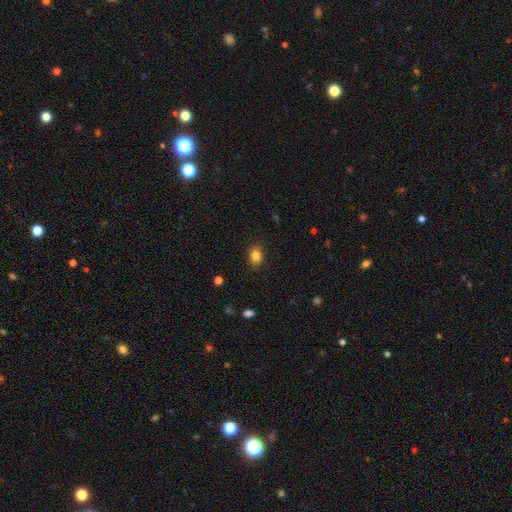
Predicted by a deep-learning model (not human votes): Smooth or featured: smooth — 84% (star or artifact — 11%)
How rounded: in between — 66% (round — 33%)
Merging: none — 86% (minor disturbance — 10%)